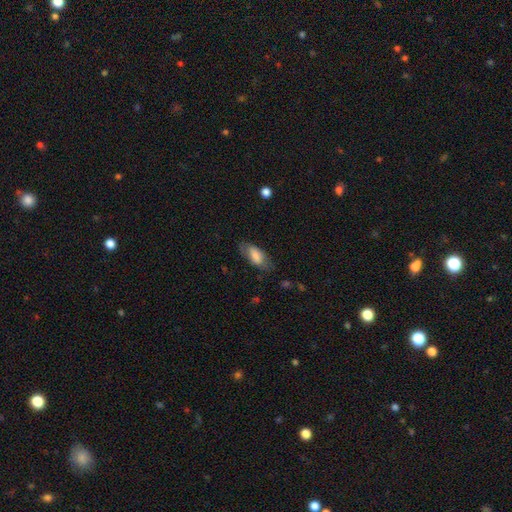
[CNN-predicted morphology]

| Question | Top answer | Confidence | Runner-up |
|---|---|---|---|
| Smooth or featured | smooth | 73% | featured or disk (20%) |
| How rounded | in between | 84% | cigar-shaped (13%) |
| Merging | none | 68% | minor disturbance (22%) |